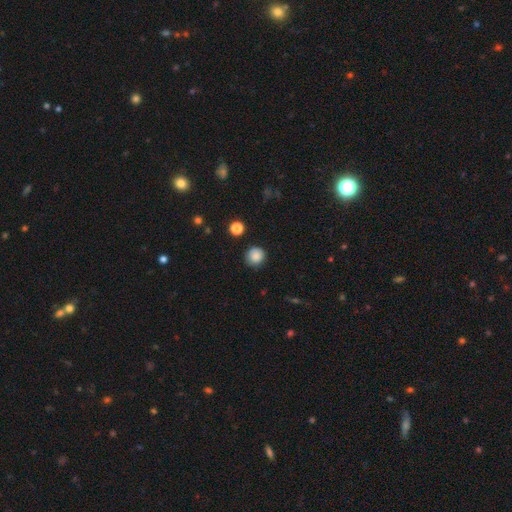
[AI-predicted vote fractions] Smooth or featured: smooth — 86% (star or artifact — 10%)
How rounded: round — 93% (in between — 6%)
Merging: none — 85% (minor disturbance — 11%)